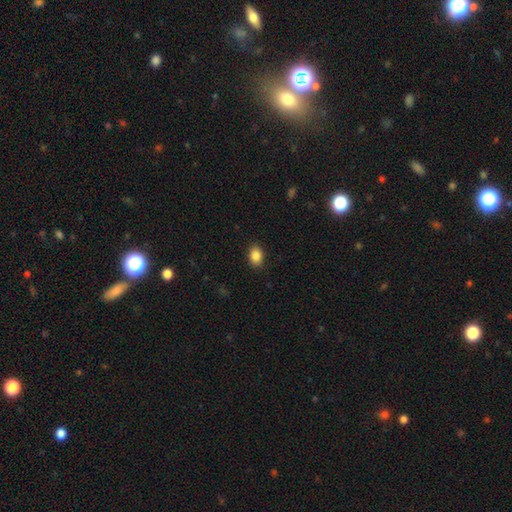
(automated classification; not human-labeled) Q: Smooth or featured?
A: smooth (87%); runner-up: star or artifact (9%)
Q: How rounded?
A: in between (72%); runner-up: round (27%)
Q: Merging?
A: none (89%); runner-up: minor disturbance (8%)